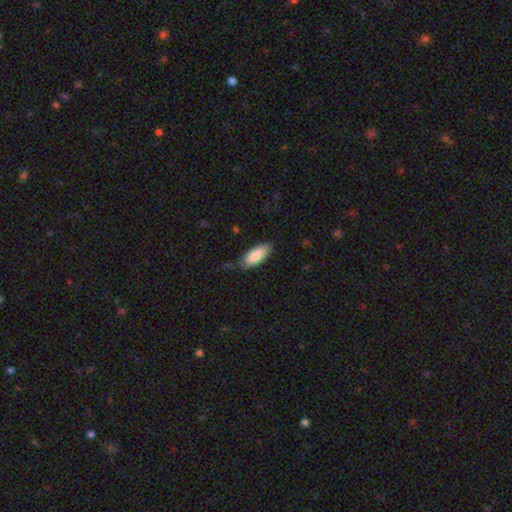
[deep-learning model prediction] smooth 83%, featured or disk 11%, star or artifact 6%. Down the decision tree: how rounded — in between (80%); merging — none (71%).